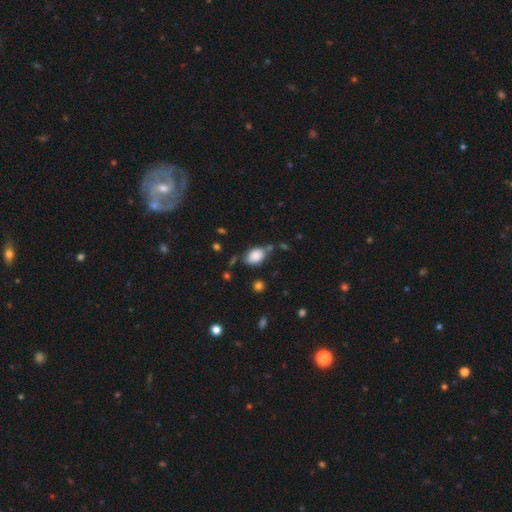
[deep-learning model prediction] A smooth galaxy with no disk features (84%) that is in between round and cigar-shaped (83%).

Vote fractions:
- Smooth or featured? smooth: 84% / star or artifact: 8% / featured or disk: 8%
- How rounded? in between: 83% / round: 15% / cigar-shaped: 2%
- Merging? none: 62% / minor disturbance: 23% / merger: 8% / major disturbance: 6%